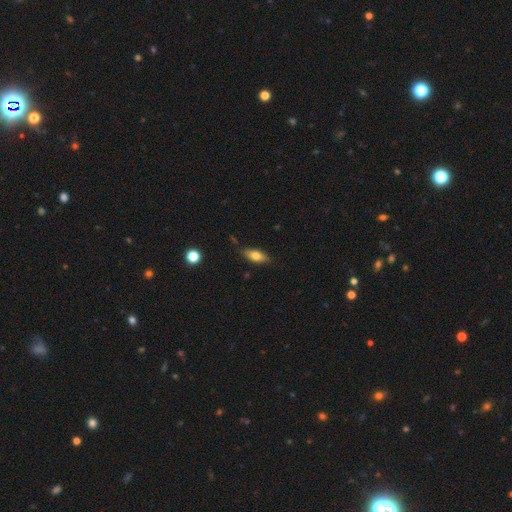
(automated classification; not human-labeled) smooth-or-featured: smooth: 69% | featured or disk: 23% | star or artifact: 7%
  how-rounded: in between: 75% | cigar-shaped: 21% | round: 4%
  merging: none: 80% | minor disturbance: 15% | major disturbance: 3% | merger: 2%